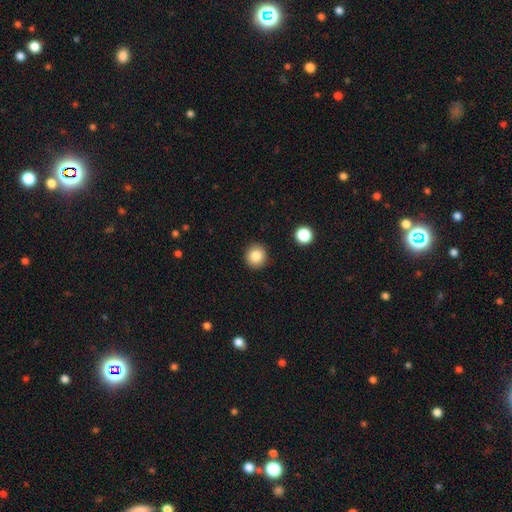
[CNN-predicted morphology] smooth_or_featured: smooth (p=0.83) [alt: star or artifact p=0.10]
how_rounded: round (p=0.91) [alt: in between p=0.08]
merging: none (p=0.92) [alt: minor disturbance p=0.05]